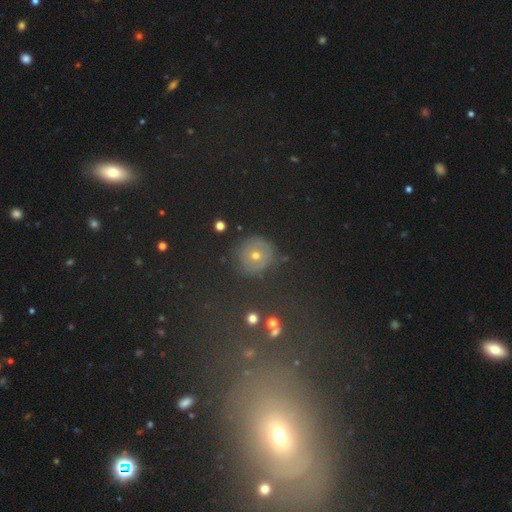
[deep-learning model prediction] smooth_or_featured: smooth (p=0.49) [alt: star or artifact p=0.31]
merging: none (p=0.81) [alt: minor disturbance p=0.12]